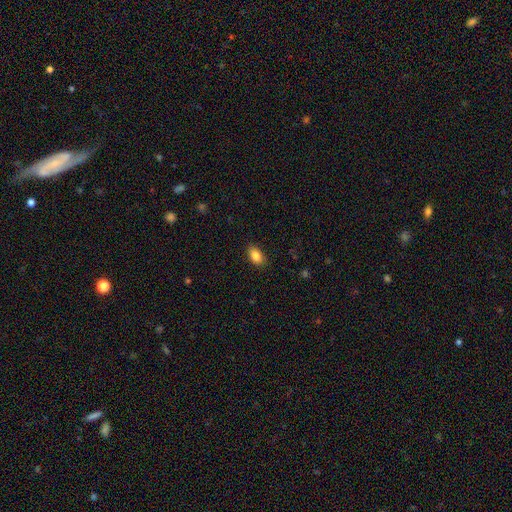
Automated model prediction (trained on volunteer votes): Smooth or featured? Predicted: smooth (p=0.86). How rounded? Predicted: in between (p=0.90). Merging? Predicted: none (p=0.86).